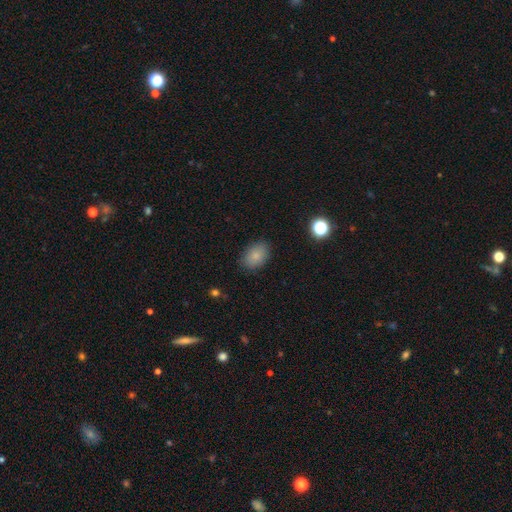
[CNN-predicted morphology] A smooth galaxy with no disk features (83%) that is in between round and cigar-shaped (82%).

Vote fractions:
- Smooth or featured? smooth: 83% / star or artifact: 9% / featured or disk: 7%
- How rounded? in between: 82% / round: 16% / cigar-shaped: 1%
- Merging? none: 85% / minor disturbance: 11% / major disturbance: 3% / merger: 1%